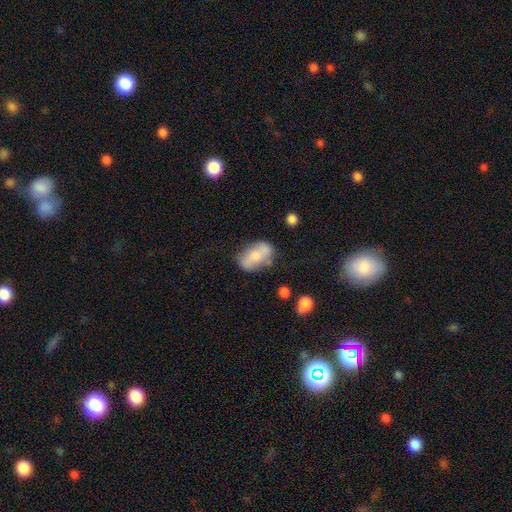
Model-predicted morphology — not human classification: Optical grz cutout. It shows a smooth galaxy with no disk features (62%) that is in between round and cigar-shaped (88%). Merging: none (63%).